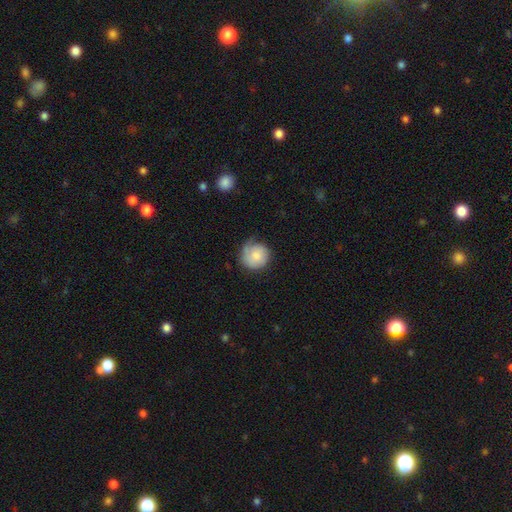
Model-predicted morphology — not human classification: This appears to be a smooth galaxy with no disk features (73%) that is round (90%). Merging: none (57%).